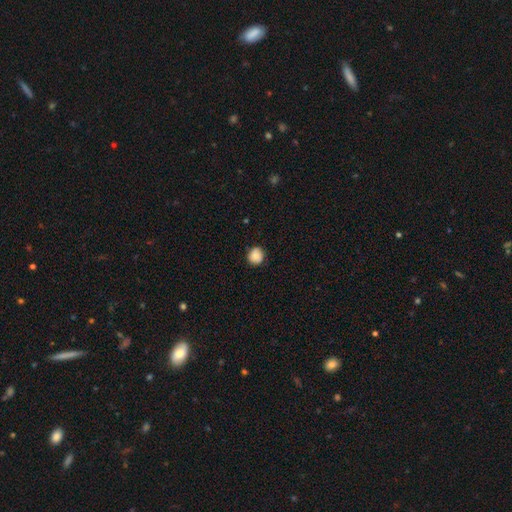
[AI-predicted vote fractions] This is clearly a smooth galaxy (86%). How rounded: clearly round (88%). Merging: clearly none (84%).